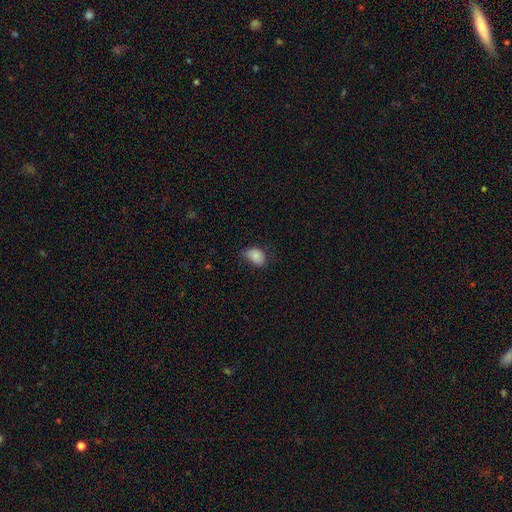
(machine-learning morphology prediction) A smooth galaxy with no disk features (84%) that is in between round and cigar-shaped (82%).

Vote fractions:
- Smooth or featured? smooth: 84% / featured or disk: 8% / star or artifact: 8%
- How rounded? in between: 82% / round: 16% / cigar-shaped: 1%
- Merging? none: 58% / minor disturbance: 33% / major disturbance: 8% / merger: 1%